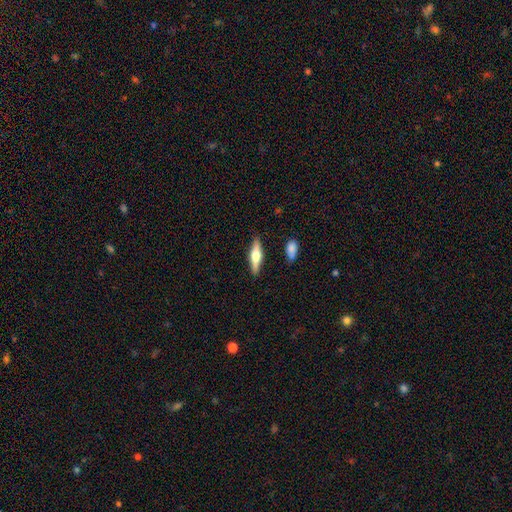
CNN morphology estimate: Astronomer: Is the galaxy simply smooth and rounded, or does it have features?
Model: featured or disk — 53% (runner-up: smooth, 42%).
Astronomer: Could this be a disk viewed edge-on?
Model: yes — 94%.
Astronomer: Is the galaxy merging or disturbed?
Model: none — 86%.